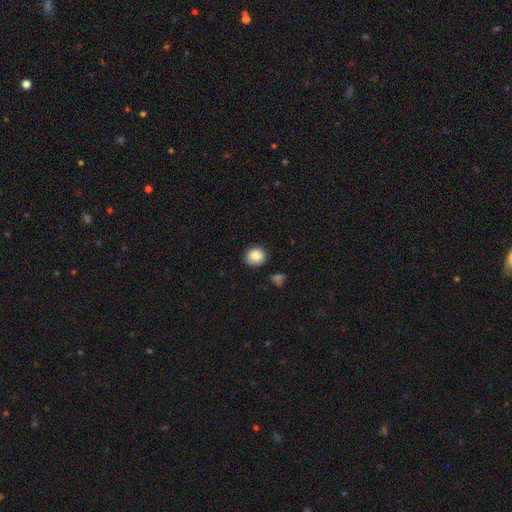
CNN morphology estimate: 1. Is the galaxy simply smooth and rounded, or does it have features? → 86% smooth, 8% star or artifact, 5% featured or disk.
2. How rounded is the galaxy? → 85% round, 14% in between, 1% cigar-shaped.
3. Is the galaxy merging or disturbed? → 88% none, 8% minor disturbance, 2% major disturbance, 2% merger.